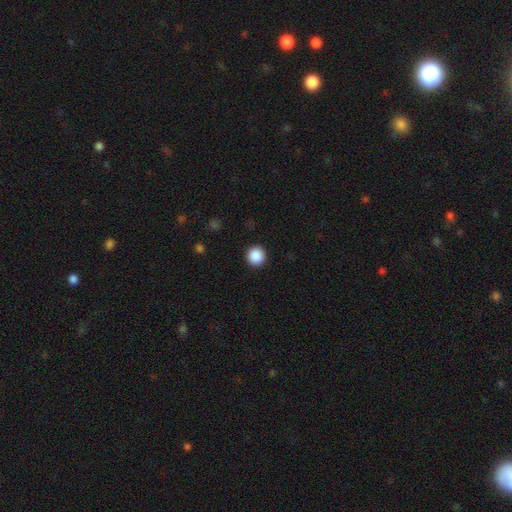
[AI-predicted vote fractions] Smooth or featured? smooth (89%)
How rounded? round (96%)
Merging? none (93%)